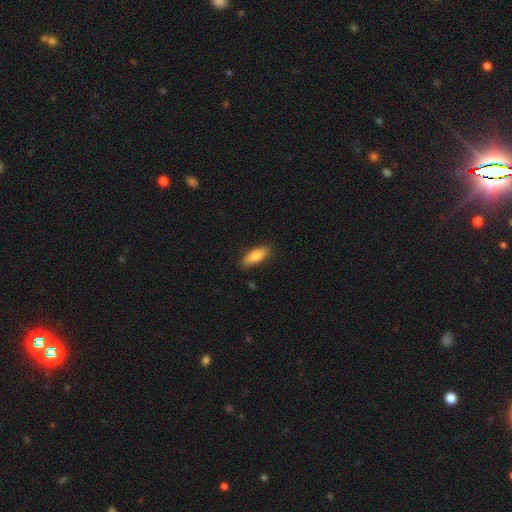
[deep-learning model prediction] Overall: smooth (78%). How rounded: in between (66%; cigar-shaped 32%). Merging: none (86%).